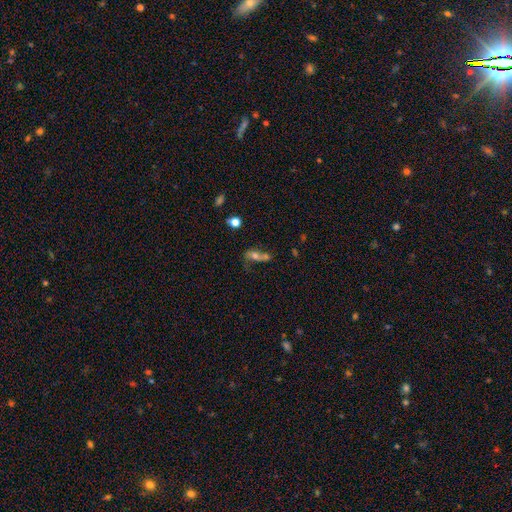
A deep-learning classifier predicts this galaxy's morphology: Smooth or featured? Predicted: smooth (p=0.42). Merging? Predicted: merger (p=0.38).